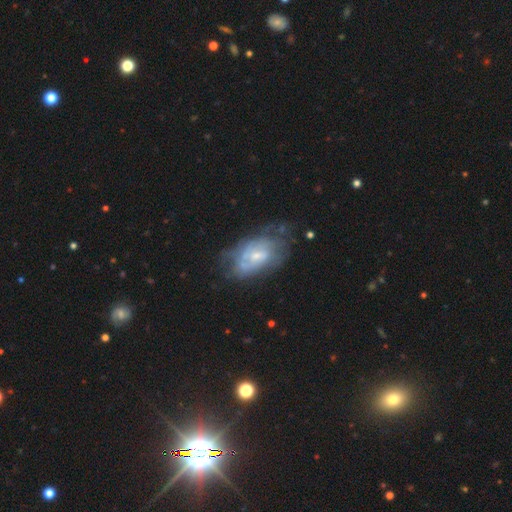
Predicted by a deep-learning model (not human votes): Smooth or featured? featured or disk (66%)
Edge-on disk? no (94%)
Bar? no (55%)
Spiral arms? yes (61%)
Bulge size? small (55%)
Merging? none (53%)